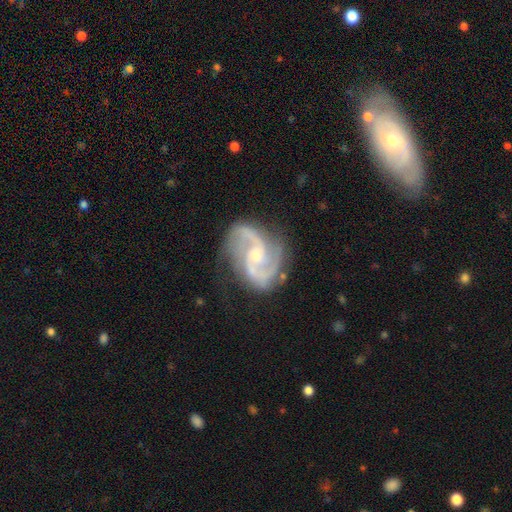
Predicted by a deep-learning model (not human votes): Smooth or featured? featured or disk (92%)
Edge-on disk? no (98%)
Bar? no (52%)
Spiral arms? yes (98%)
Spiral winding? medium (61%)
Spiral arm count? 2 (87%)
Bulge size? small (52%)
Merging? none (75%)